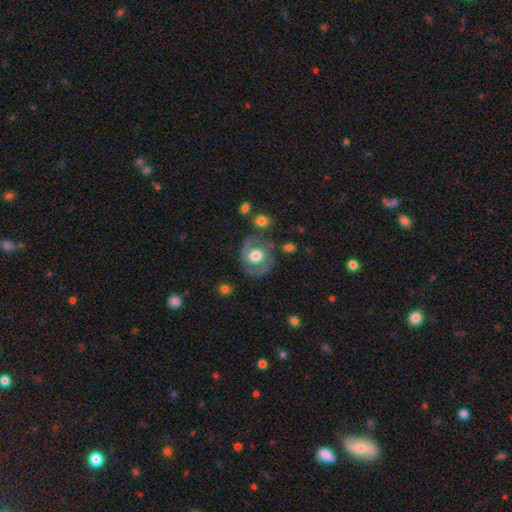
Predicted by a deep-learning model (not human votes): This appears to be a featured or disk galaxy (57%) with no bar (77%), spiral arms (60%) and a moderate central bulge (50%). Merging: none (69%).